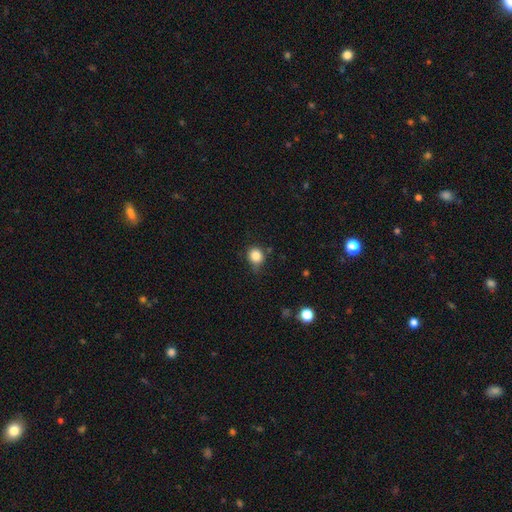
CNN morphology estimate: Smooth or featured? smooth (84%)
How rounded? round (82%)
Merging? none (68%)